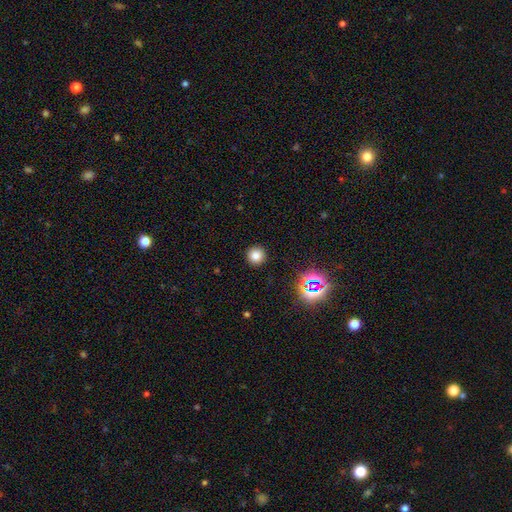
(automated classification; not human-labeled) A smooth galaxy with no disk features (78%) that is round (95%).

Vote fractions:
- Smooth or featured? smooth: 78% / star or artifact: 17% / featured or disk: 5%
- How rounded? round: 95% / in between: 4% / cigar-shaped: 1%
- Merging? none: 92% / minor disturbance: 5% / major disturbance: 2% / merger: 1%